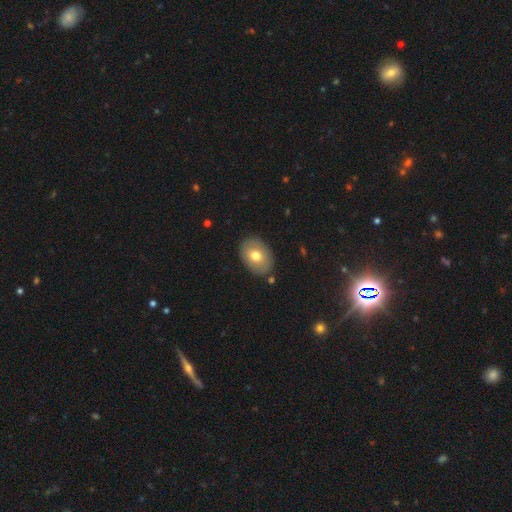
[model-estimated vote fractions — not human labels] Smooth or featured? Predicted: smooth (p=0.71). How rounded? Predicted: in between (p=0.77). Merging? Predicted: none (p=0.85).